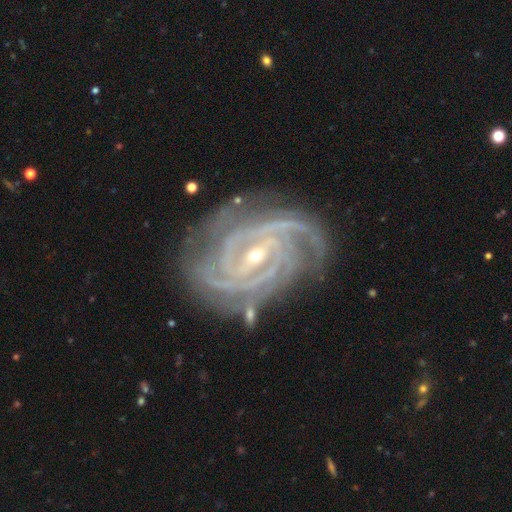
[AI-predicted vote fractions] featured or disk 93%, star or artifact 4%, smooth 2%. Down the decision tree: edge-on disk — no (97%); bar — strong (41%); spiral arms — yes (99%); spiral arm count — 4 (35%); spiral winding — tight (71%); bulge size — small (77%); merging — none (72%).